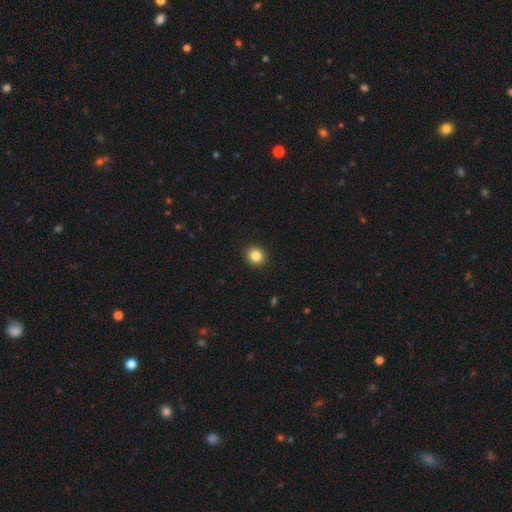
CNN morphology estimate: Smooth or featured? smooth (84%)
How rounded? round (85%)
Merging? none (92%)